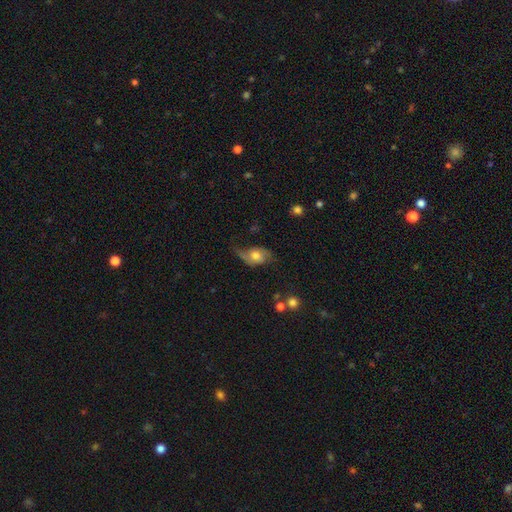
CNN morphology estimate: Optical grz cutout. It shows a featured or disk galaxy (59%) with no bar (69%), spiral arms (85%) and a moderate central bulge (62%). Merging: none (50%).